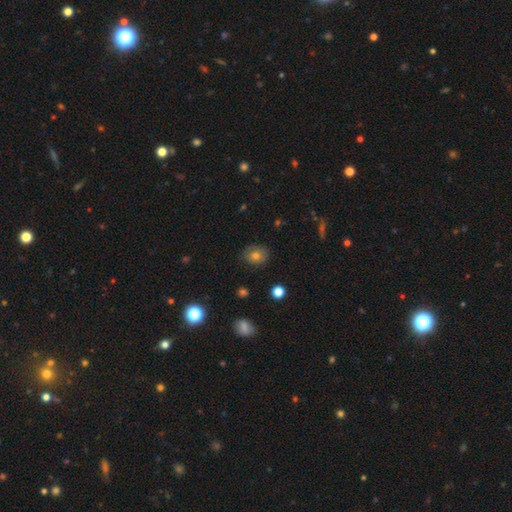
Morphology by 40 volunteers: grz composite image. It shows a smooth galaxy with no disk features (85%) that is round (62%). Merging: none (92%).